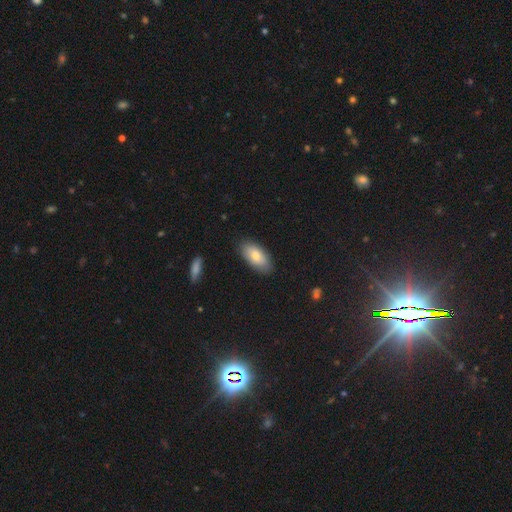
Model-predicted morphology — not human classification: A smooth galaxy with no disk features (78%) that is in between round and cigar-shaped (92%). Merging: none (85%).